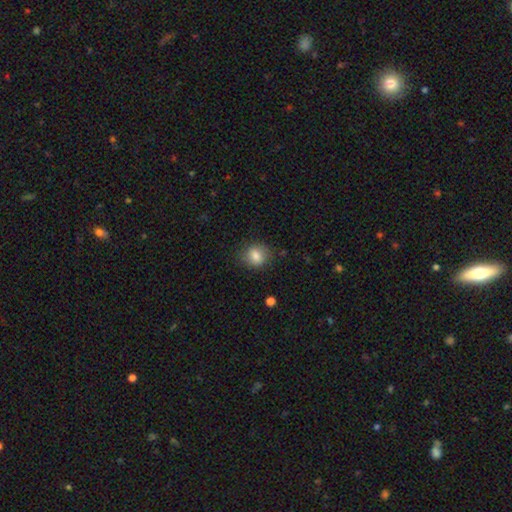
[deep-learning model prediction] The model was most divided on "how rounded": round: 62%, in between: 37%, cigar-shaped: 1%. More confident: smooth or featured — smooth (82%); merging — none (79%).